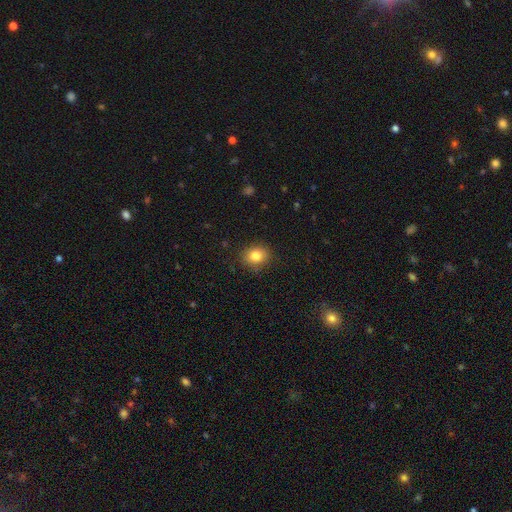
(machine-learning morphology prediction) smooth-or-featured: smooth: 82% | star or artifact: 11% | featured or disk: 7%
  how-rounded: round: 64% | in between: 36% | cigar-shaped: 1%
  merging: none: 87% | minor disturbance: 9% | major disturbance: 3% | merger: 1%